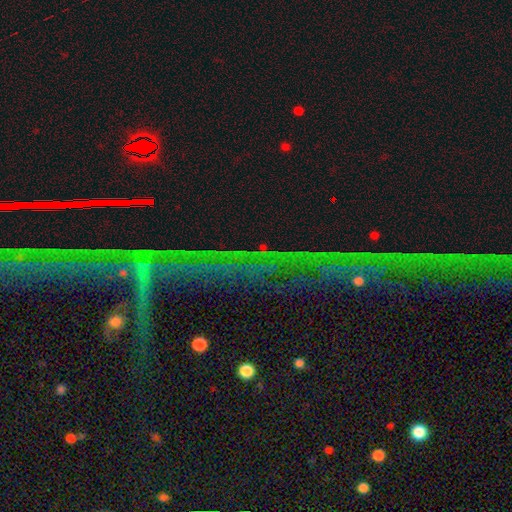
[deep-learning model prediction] Smooth or featured?
  - star or artifact: 82% *
  - featured or disk: 10%
  - smooth: 8%